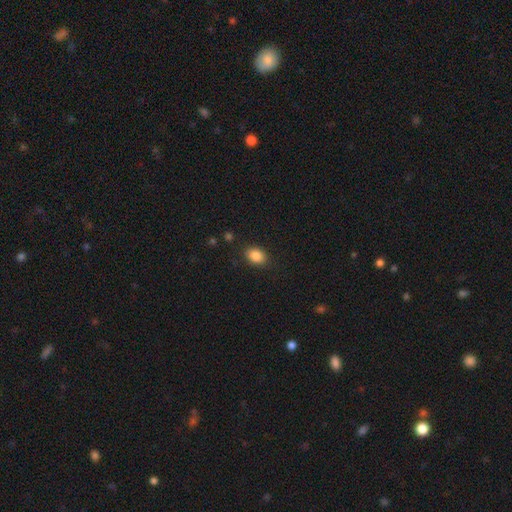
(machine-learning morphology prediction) The model was most divided on "how rounded": in between: 74%, round: 24%, cigar-shaped: 1%. More confident: smooth or featured — smooth (86%); merging — none (86%).